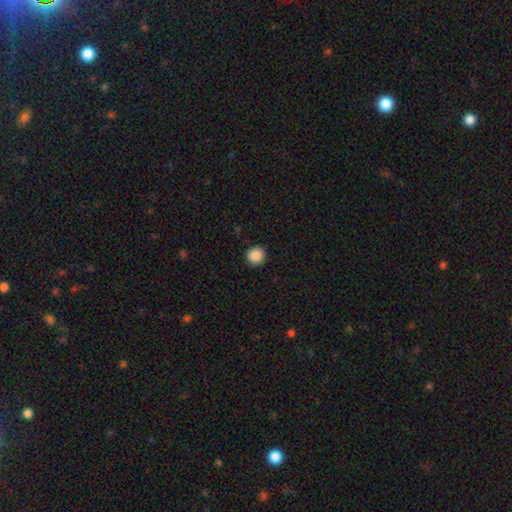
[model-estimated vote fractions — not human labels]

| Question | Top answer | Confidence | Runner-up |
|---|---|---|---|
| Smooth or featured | smooth | 89% | star or artifact (9%) |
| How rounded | round | 92% | in between (7%) |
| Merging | none | 92% | minor disturbance (6%) |